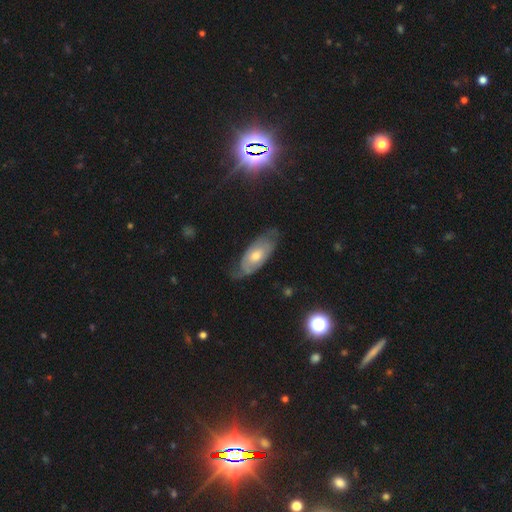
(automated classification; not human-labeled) Smooth or featured? Predicted: featured or disk (p=0.59). Edge-on disk? Predicted: no (p=0.84). Merging? Predicted: none (p=0.63).